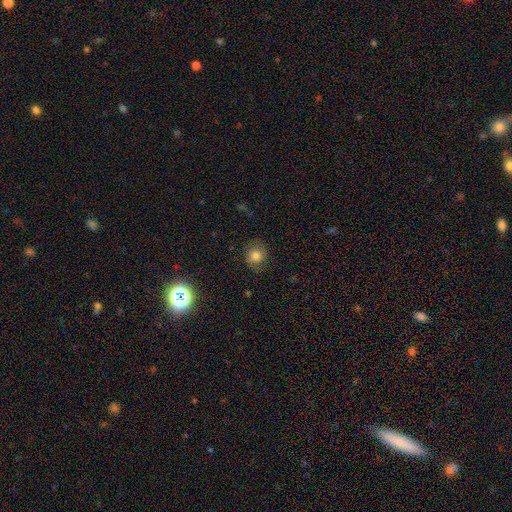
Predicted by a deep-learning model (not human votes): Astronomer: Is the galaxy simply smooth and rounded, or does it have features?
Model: smooth — 70%.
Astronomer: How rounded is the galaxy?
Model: round — 76%.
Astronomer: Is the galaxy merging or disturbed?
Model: none — 78%.